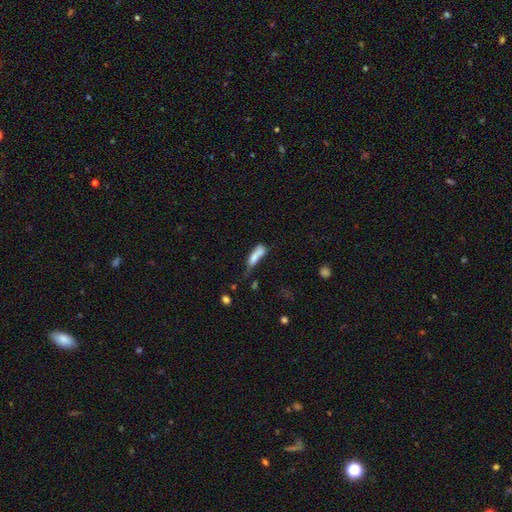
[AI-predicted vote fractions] This is likely a smooth galaxy (68%). How rounded: possibly in between (49%). Merging: marginally merger (38%).